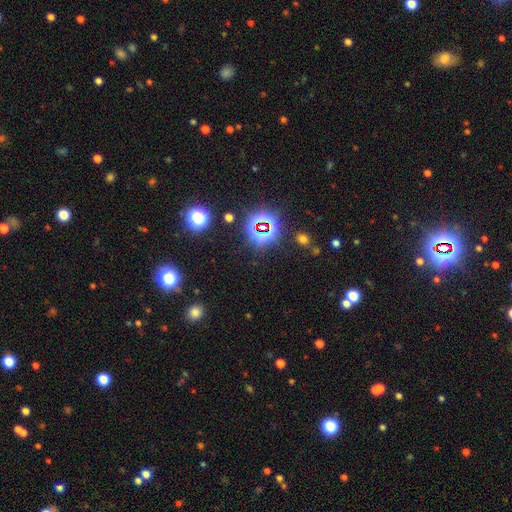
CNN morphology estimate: star or artifact 80%, smooth 12%, featured or disk 7%.